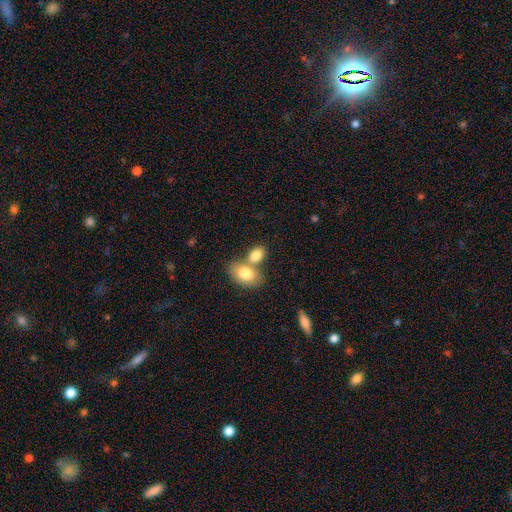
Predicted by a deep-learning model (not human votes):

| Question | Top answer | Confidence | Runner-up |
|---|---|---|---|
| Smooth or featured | smooth | 81% | featured or disk (12%) |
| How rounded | in between | 85% | round (14%) |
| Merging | merger | 54% | none (35%) |